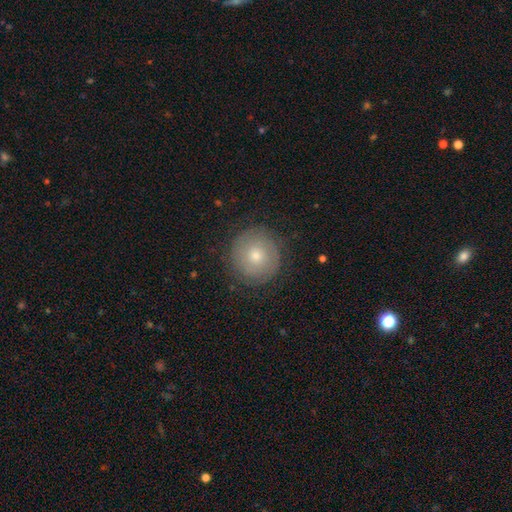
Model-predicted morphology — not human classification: type=smooth (51%); roundness=round (93%); merging=none (85%).